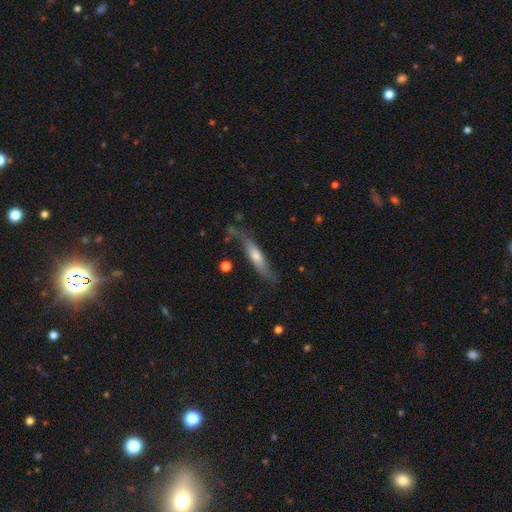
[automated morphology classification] Smooth or featured? Predicted: featured or disk (p=0.47). Merging? Predicted: none (p=0.65).